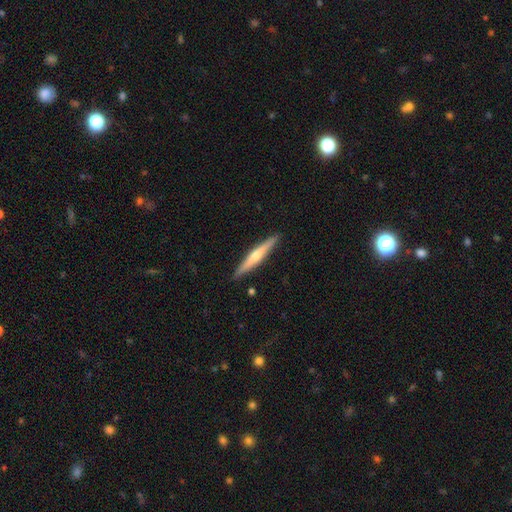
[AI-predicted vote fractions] This is likely a featured or disk galaxy (64%). It is clearly viewed edge-on (97%). Edge-on bulge: clearly rounded (83%). Merging: clearly none (92%).